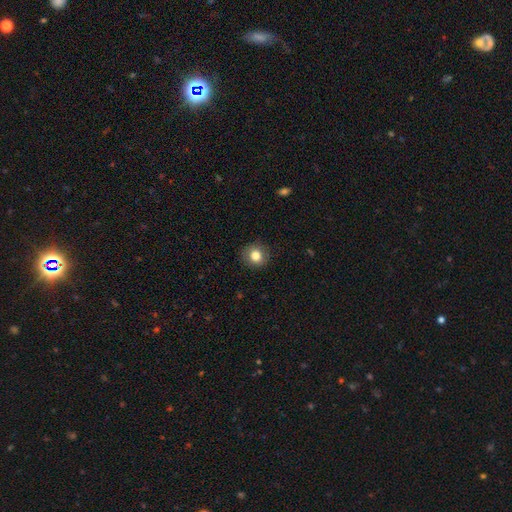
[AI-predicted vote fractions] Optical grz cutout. It shows a smooth galaxy with no disk features (82%) that is round (88%). Merging: none (89%).